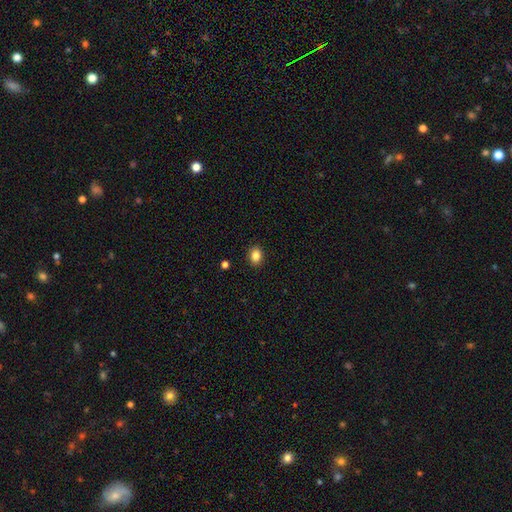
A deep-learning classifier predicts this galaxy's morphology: Smooth or featured: smooth — 85% (star or artifact — 10%)
How rounded: in between — 61% (round — 38%)
Merging: none — 90% (minor disturbance — 7%)